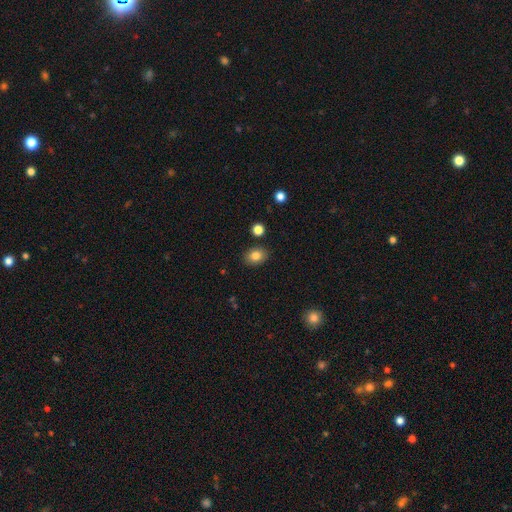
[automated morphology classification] A smooth galaxy with no disk features (82%) that is in between round and cigar-shaped (66%).

Vote fractions:
- Smooth or featured? smooth: 82% / star or artifact: 9% / featured or disk: 8%
- How rounded? in between: 66% / round: 33% / cigar-shaped: 1%
- Merging? none: 86% / minor disturbance: 9% / merger: 3% / major disturbance: 2%